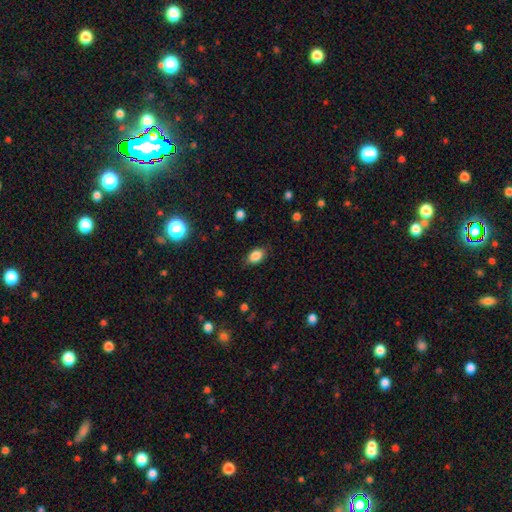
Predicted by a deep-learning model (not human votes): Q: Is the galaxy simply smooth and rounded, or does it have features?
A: smooth — 85%.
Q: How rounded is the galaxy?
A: in between — 86%.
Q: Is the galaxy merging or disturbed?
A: none — 83%.